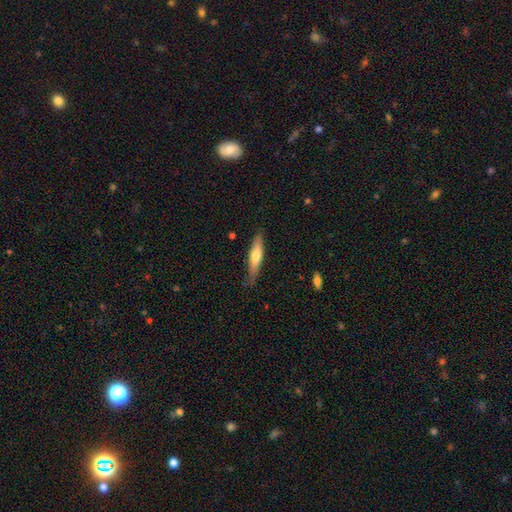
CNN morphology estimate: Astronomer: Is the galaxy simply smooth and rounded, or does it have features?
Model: smooth — 59% (runner-up: featured or disk, 36%).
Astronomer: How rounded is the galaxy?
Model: cigar-shaped — 81%.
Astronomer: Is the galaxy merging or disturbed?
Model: none — 74%.